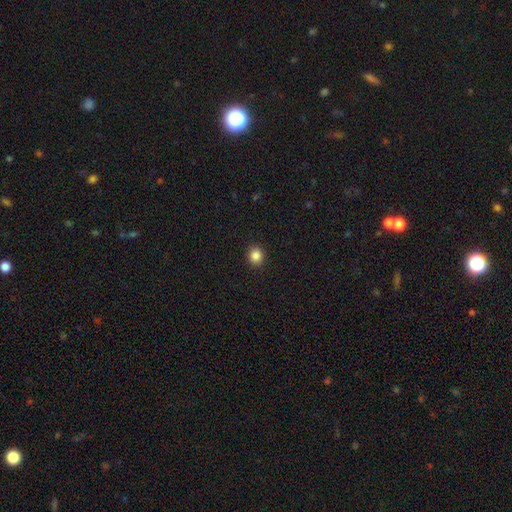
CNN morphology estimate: type=smooth (85%); roundness=round (83%); merging=none (92%).